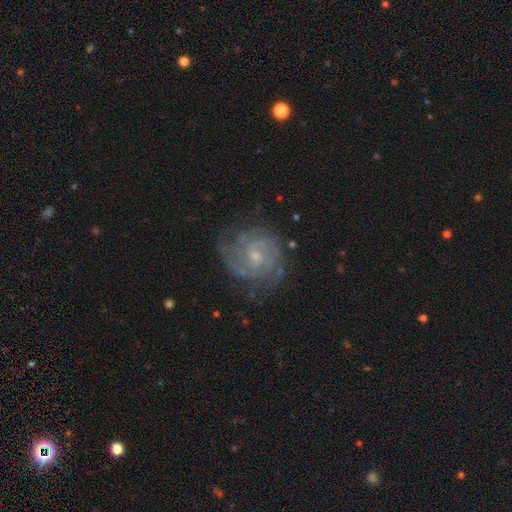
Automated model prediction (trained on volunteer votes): Morphology: type=featured or disk (84%); edge-on=no (98%); bar=weak (49%); spiral arms=yes (94%); winding=tight (55%); arm count=2 (43%); bulge=small (66%); merging=none (71%).